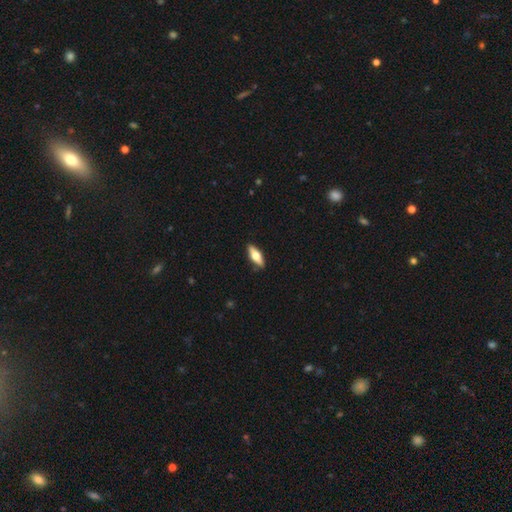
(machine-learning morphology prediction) A smooth galaxy with no disk features (50%) that is in between round and cigar-shaped (58%). Merging: none (88%).